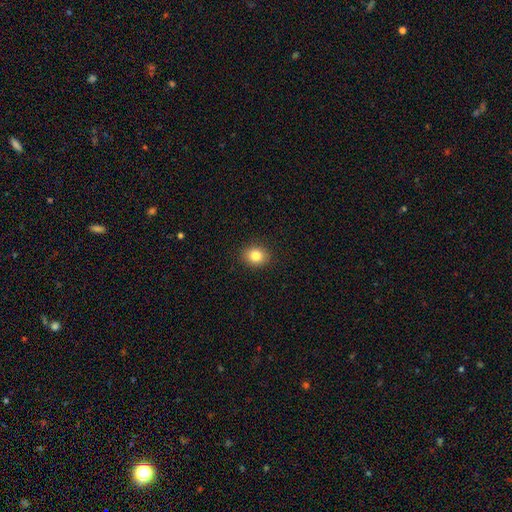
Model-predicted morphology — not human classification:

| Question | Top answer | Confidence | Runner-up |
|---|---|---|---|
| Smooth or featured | smooth | 83% | star or artifact (10%) |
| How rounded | round | 58% | in between (41%) |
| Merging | none | 90% | minor disturbance (7%) |